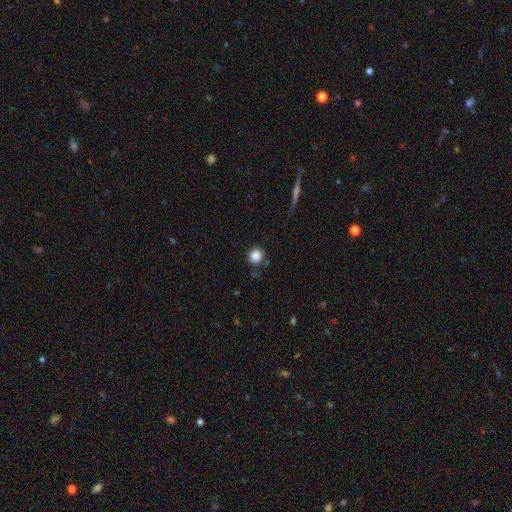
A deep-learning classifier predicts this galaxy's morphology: smooth_or_featured: smooth (p=0.86) [alt: star or artifact p=0.11]
how_rounded: round (p=0.92) [alt: in between p=0.07]
merging: none (p=0.84) [alt: minor disturbance p=0.09]